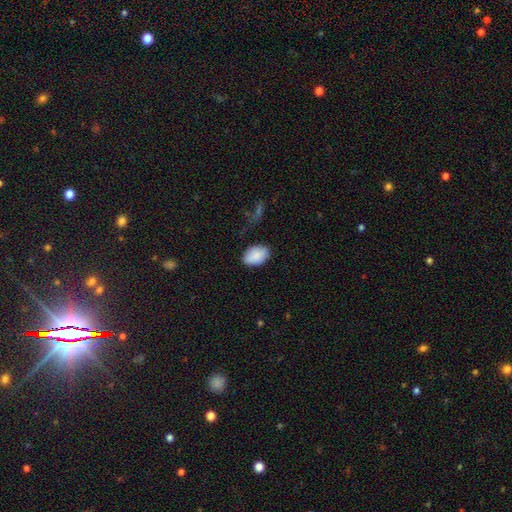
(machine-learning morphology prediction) smooth-or-featured: smooth: 89% | star or artifact: 6% | featured or disk: 5%
  how-rounded: in between: 91% | round: 8% | cigar-shaped: 1%
  merging: none: 77% | minor disturbance: 17% | major disturbance: 4% | merger: 2%